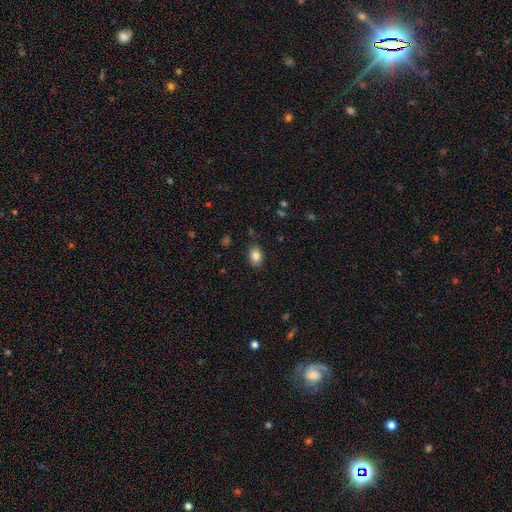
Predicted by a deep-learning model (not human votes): smooth_or_featured: smooth (p=0.85) [alt: star or artifact p=0.09]
how_rounded: in between (p=0.75) [alt: round p=0.24]
merging: none (p=0.84) [alt: minor disturbance p=0.12]